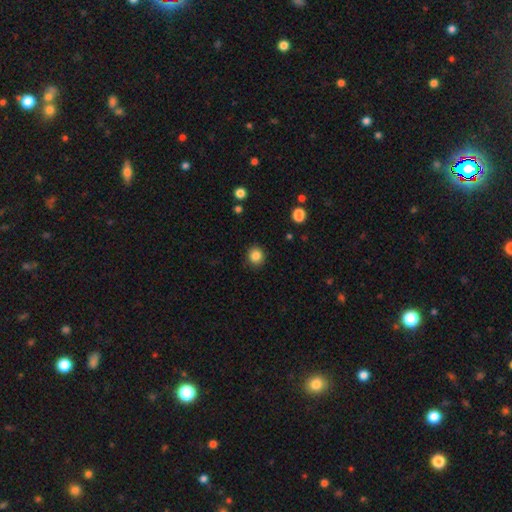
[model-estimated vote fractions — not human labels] Q: Smooth or featured?
A: smooth (85%); runner-up: star or artifact (10%)
Q: How rounded?
A: round (88%); runner-up: in between (12%)
Q: Merging?
A: none (90%); runner-up: minor disturbance (7%)